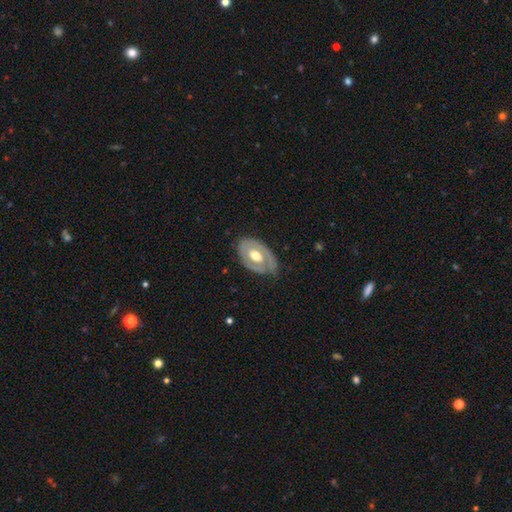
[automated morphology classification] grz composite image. It shows a featured or disk galaxy (69%) with no bar (61%), no spiral arms (50%, tied with yes) and a moderate central bulge (70%). Merging: none (66%).